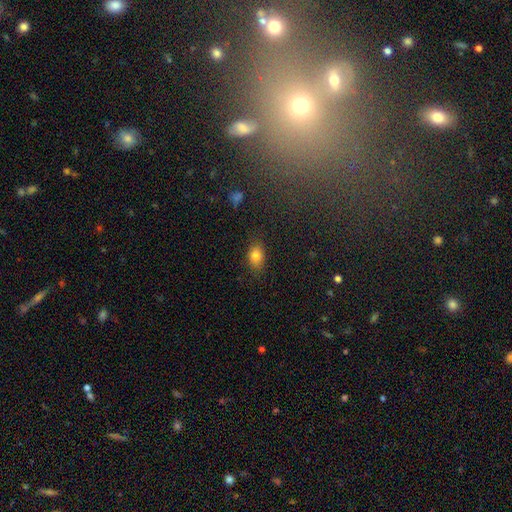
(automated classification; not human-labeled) Smooth or featured? Predicted: smooth (p=0.82). How rounded? Predicted: in between (p=0.78). Merging? Predicted: none (p=0.84).